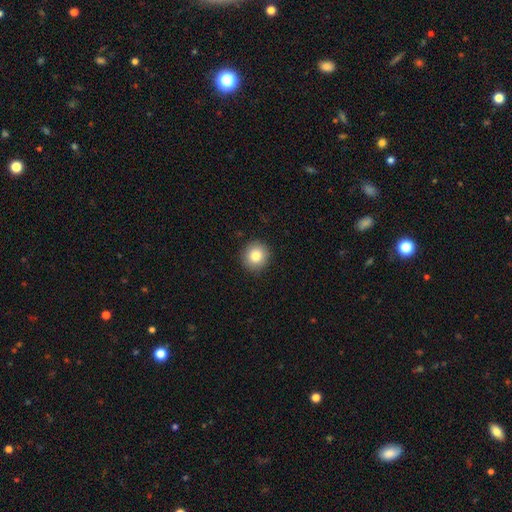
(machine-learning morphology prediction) Smooth or featured? Predicted: smooth (p=0.83). How rounded? Predicted: round (p=0.92). Merging? Predicted: none (p=0.92).